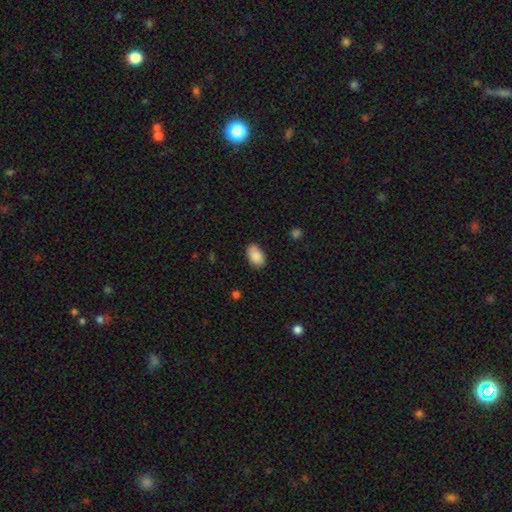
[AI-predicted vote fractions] The model was most divided on "merging": none: 81%, minor disturbance: 15%, major disturbance: 3%, merger: 1%. More confident: how rounded — in between (91%); smooth or featured — smooth (89%).